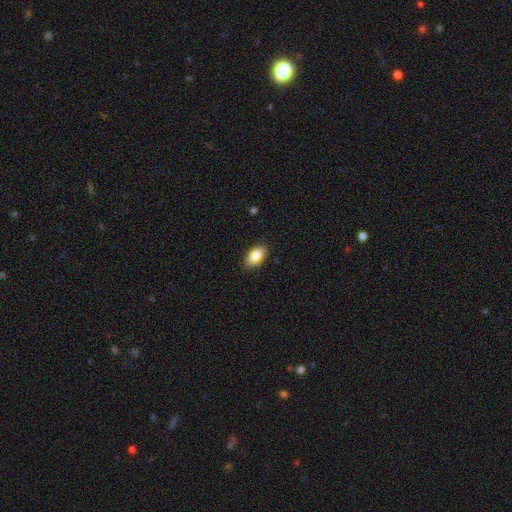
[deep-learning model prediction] Smooth or featured? Predicted: smooth (p=0.86). How rounded? Predicted: in between (p=0.93). Merging? Predicted: none (p=0.88).